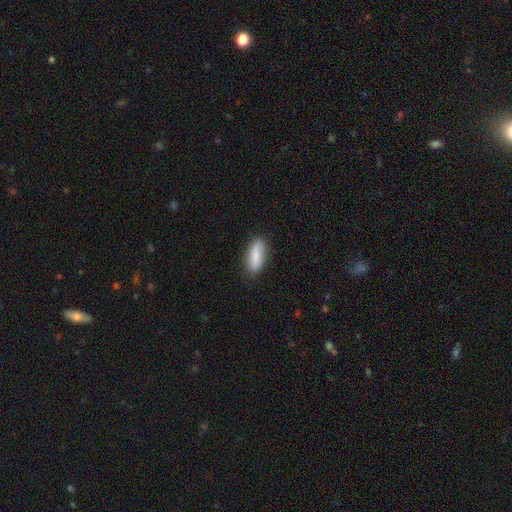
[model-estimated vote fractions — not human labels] smooth-or-featured: smooth: 79% | featured or disk: 15% | star or artifact: 6%
  how-rounded: in between: 72% | cigar-shaped: 25% | round: 3%
  merging: none: 83% | minor disturbance: 13% | major disturbance: 2% | merger: 1%